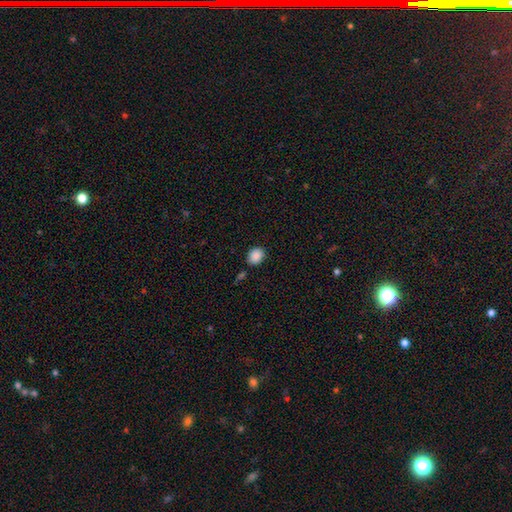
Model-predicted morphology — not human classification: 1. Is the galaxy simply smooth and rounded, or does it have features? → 88% smooth, 8% star or artifact, 3% featured or disk.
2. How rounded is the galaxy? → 52% round, 47% in between, 1% cigar-shaped.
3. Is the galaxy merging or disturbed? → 81% none, 12% minor disturbance, 4% merger, 3% major disturbance.